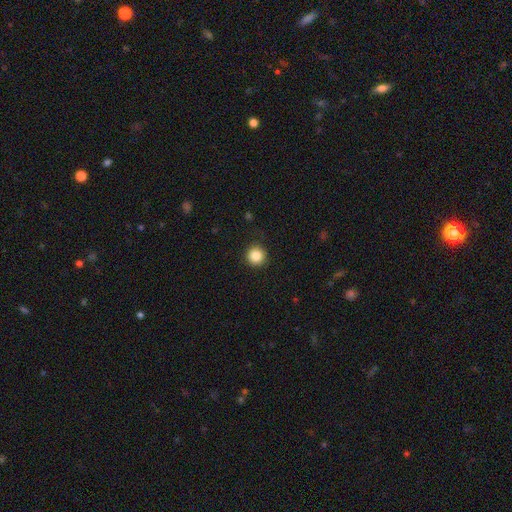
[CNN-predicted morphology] Smooth or featured? smooth (86%)
How rounded? round (95%)
Merging? none (89%)